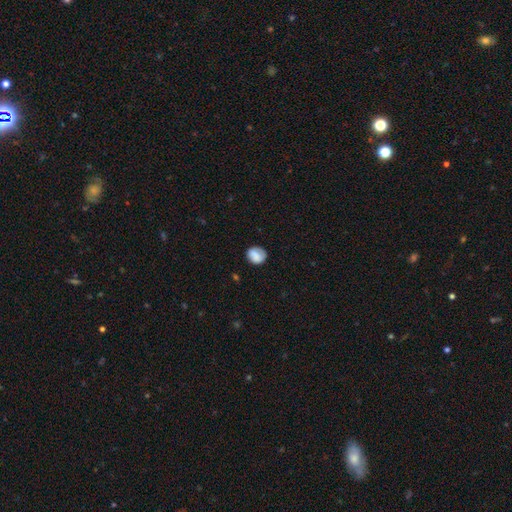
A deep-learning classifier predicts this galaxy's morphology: Smooth or featured? smooth (77%)
How rounded? round (72%)
Merging? none (74%)